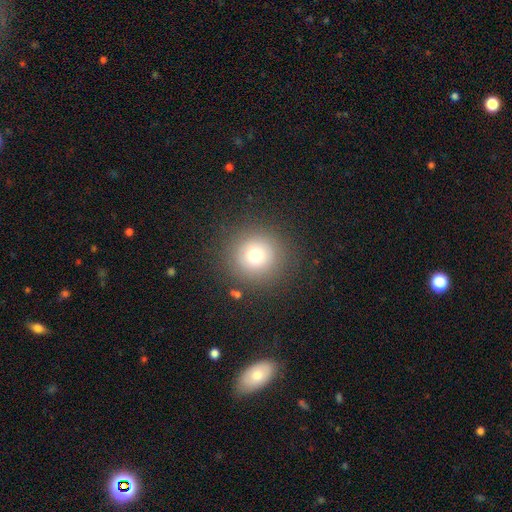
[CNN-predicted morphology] type=smooth (73%); roundness=round (95%); merging=none (86%).